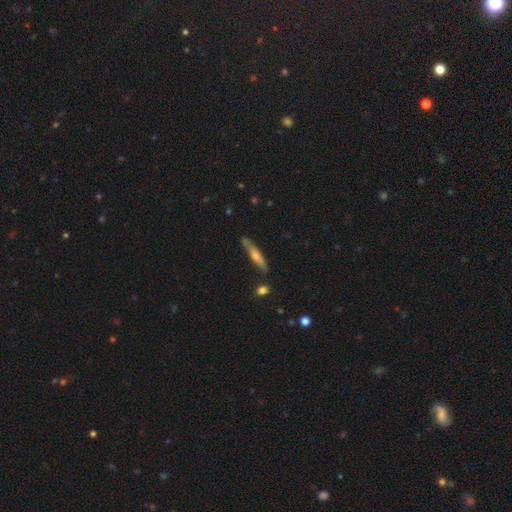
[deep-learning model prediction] featured or disk 53%, smooth 40%, star or artifact 7%. Down the decision tree: edge-on disk — yes (93%); merging — none (82%).